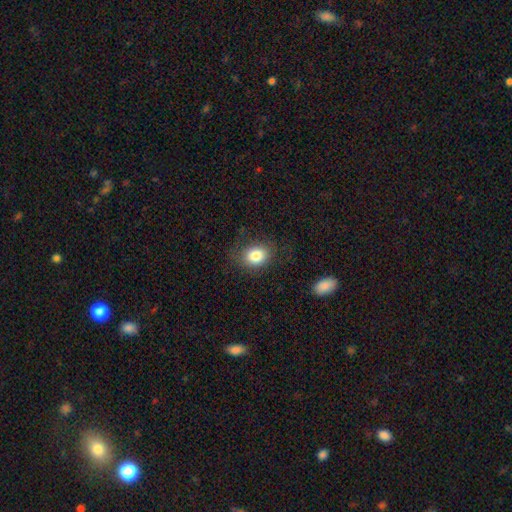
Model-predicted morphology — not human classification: Smooth or featured? Predicted: smooth (p=0.82). How rounded? Predicted: round (p=0.50). Merging? Predicted: none (p=0.77).